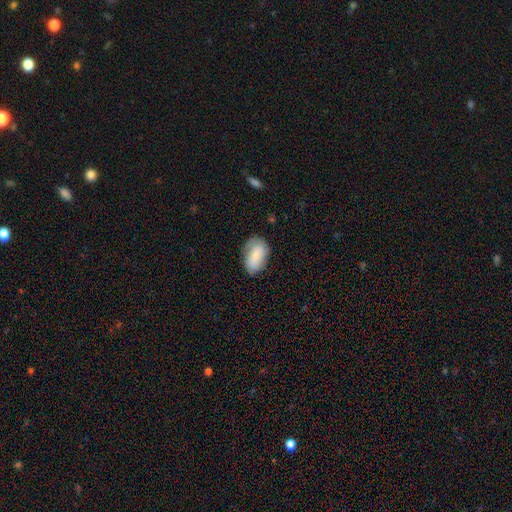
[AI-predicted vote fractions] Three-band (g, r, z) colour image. It shows a smooth galaxy with no disk features (74%) that is in between round and cigar-shaped (90%). Merging: none (68%).